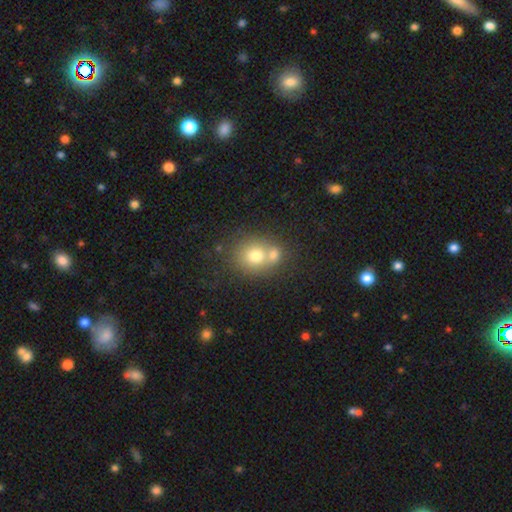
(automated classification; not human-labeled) This is likely a smooth galaxy (71%). How rounded: likely round (76%). Merging: possibly merger (47%).